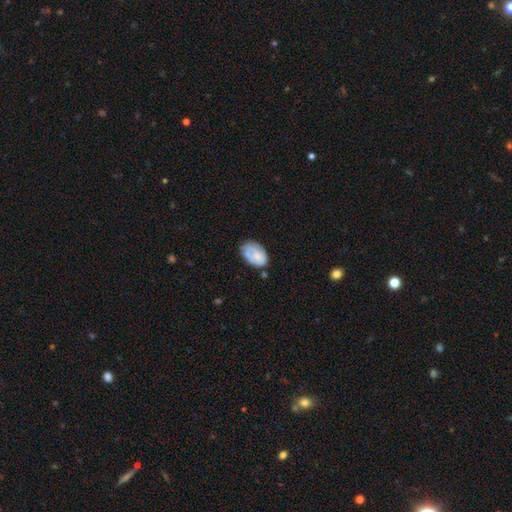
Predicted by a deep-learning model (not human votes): This appears to be a smooth galaxy with no disk features (59%) that is in between round and cigar-shaped (88%). Merging: none (58%).